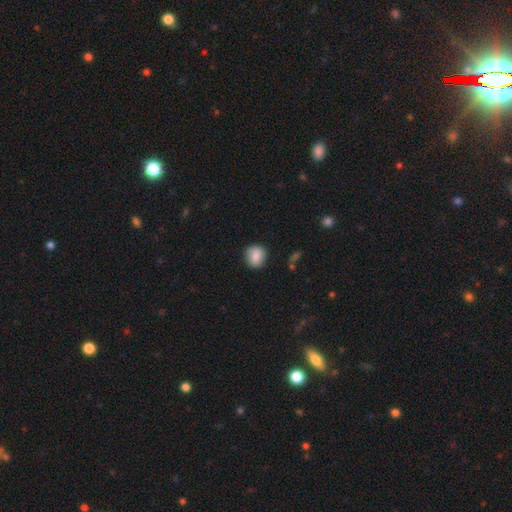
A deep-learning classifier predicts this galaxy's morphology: smooth-or-featured: smooth: 81% | featured or disk: 10% | star or artifact: 8%
  how-rounded: round: 80% | in between: 19% | cigar-shaped: 1%
  merging: none: 83% | minor disturbance: 13% | major disturbance: 3% | merger: 2%